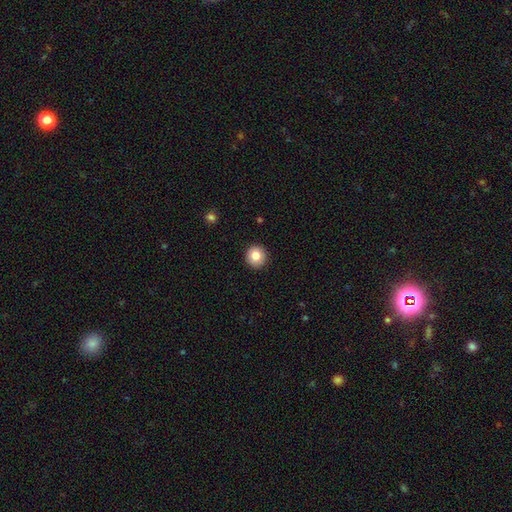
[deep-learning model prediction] smooth 83%, star or artifact 9%, featured or disk 8%. Down the decision tree: how rounded — round (94%); merging — none (93%).